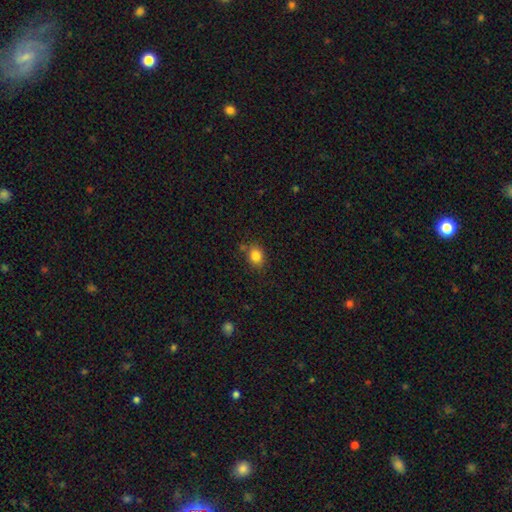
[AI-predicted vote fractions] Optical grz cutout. It shows a smooth galaxy with no disk features (84%) that is round (56%). Merging: none (74%).